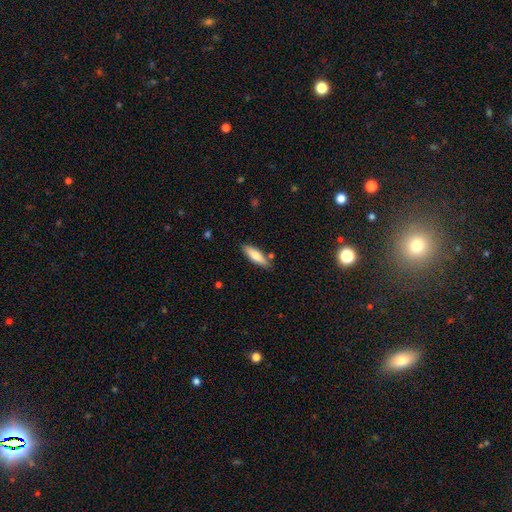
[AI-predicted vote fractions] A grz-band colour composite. It shows a smooth galaxy with no disk features (74%) that is cigar-shaped (54%). Merging: none (81%).